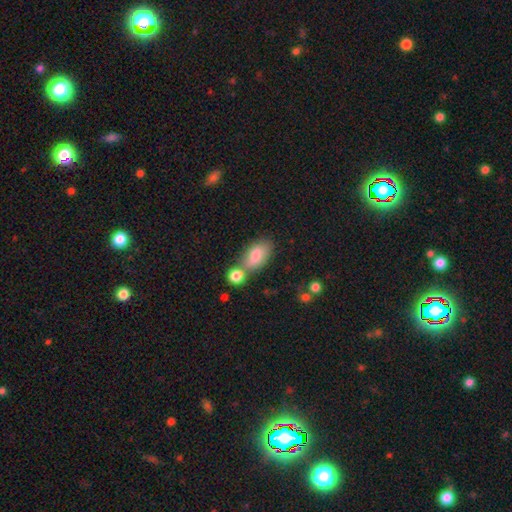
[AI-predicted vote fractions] Smooth or featured: smooth — 81% (featured or disk — 12%)
How rounded: in between — 90% (round — 6%)
Merging: none — 47% (merger — 31%)